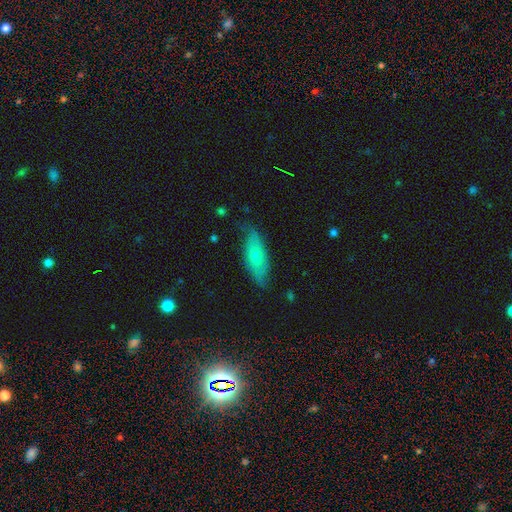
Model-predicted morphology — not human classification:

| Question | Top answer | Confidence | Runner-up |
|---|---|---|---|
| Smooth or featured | smooth | 58% | featured or disk (36%) |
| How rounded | in between | 69% | cigar-shaped (28%) |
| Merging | none | 67% | minor disturbance (25%) |